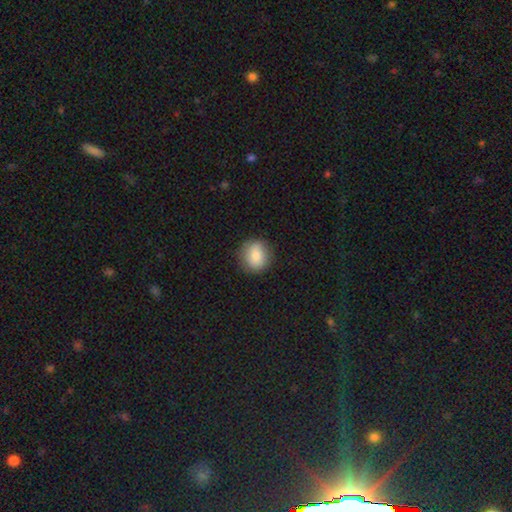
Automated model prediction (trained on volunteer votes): smooth-or-featured: smooth: 85% | featured or disk: 8% | star or artifact: 8%
  how-rounded: round: 80% | in between: 19% | cigar-shaped: 1%
  merging: none: 86% | minor disturbance: 11% | major disturbance: 3% | merger: 1%